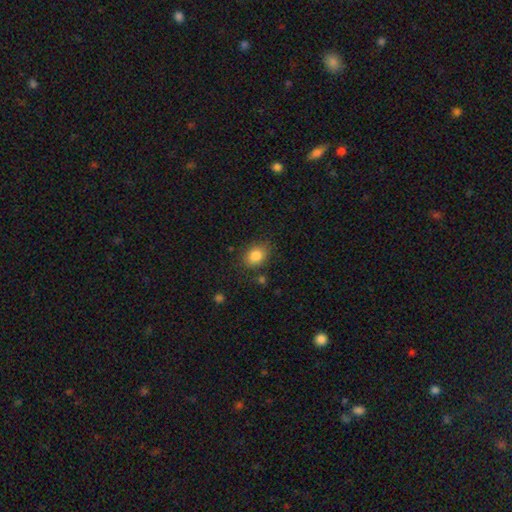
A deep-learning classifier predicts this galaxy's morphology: Smooth or featured?
  - smooth: 85% *
  - star or artifact: 9%
  - featured or disk: 6%
How rounded?
  - in between: 64% *
  - round: 35%
  - cigar-shaped: 1%
Merging?
  - none: 80% *
  - minor disturbance: 13%
  - major disturbance: 4%
  - merger: 3%